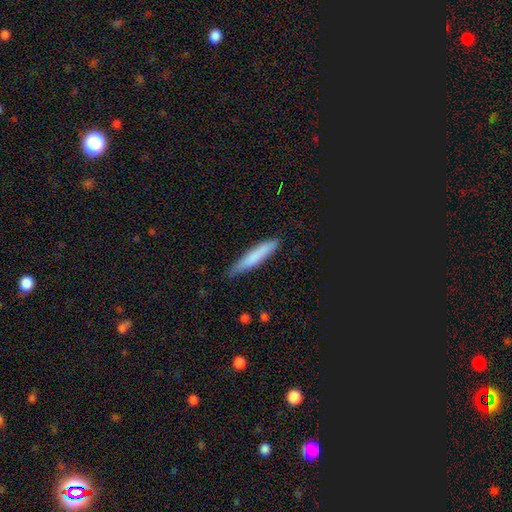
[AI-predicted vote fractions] smooth_or_featured: smooth (p=0.78) [alt: featured or disk p=0.17]
how_rounded: cigar-shaped (p=0.90) [alt: in between p=0.09]
merging: none (p=0.78) [alt: minor disturbance p=0.18]